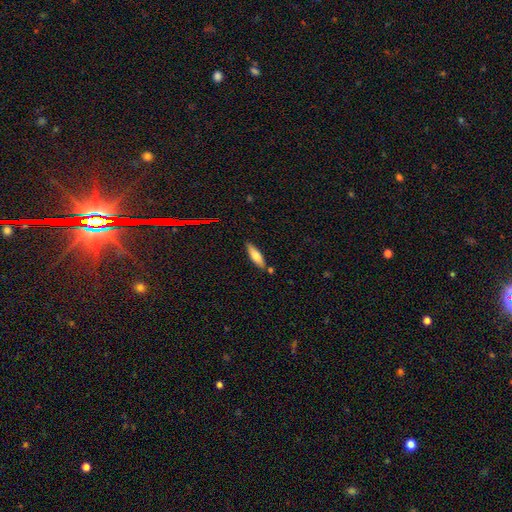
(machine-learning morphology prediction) Overall: smooth (66%). How rounded: cigar-shaped (52%; in between 46%). Merging: none (79%).